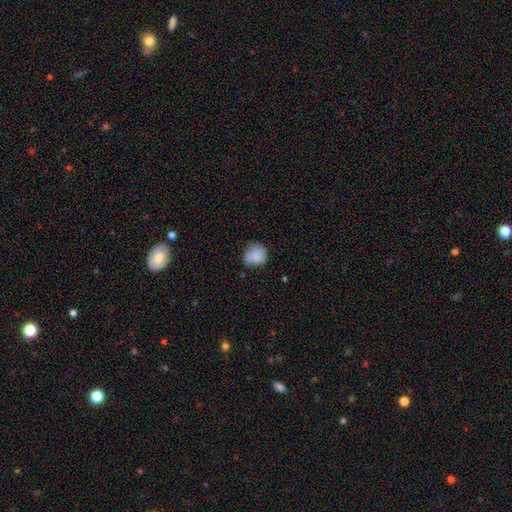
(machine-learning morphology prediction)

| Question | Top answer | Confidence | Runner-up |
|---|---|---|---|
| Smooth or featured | smooth | 82% | featured or disk (9%) |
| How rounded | round | 81% | in between (18%) |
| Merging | none | 58% | minor disturbance (32%) |